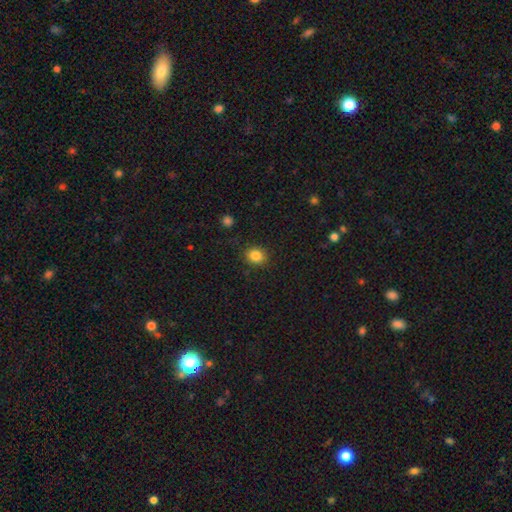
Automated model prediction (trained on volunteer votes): Morphology: type=smooth (84%); roundness=round (74%); merging=none (87%).